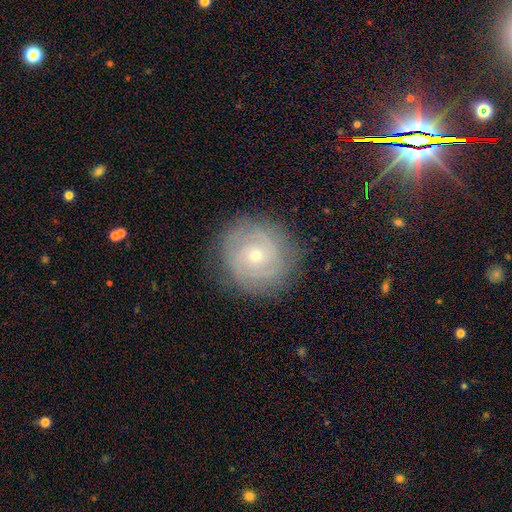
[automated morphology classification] A featured or disk galaxy (79%) with no bar (74%), 2 (38%) tight (72%) spiral arms (94%) and a small central bulge (67%). Merging: none (84%).